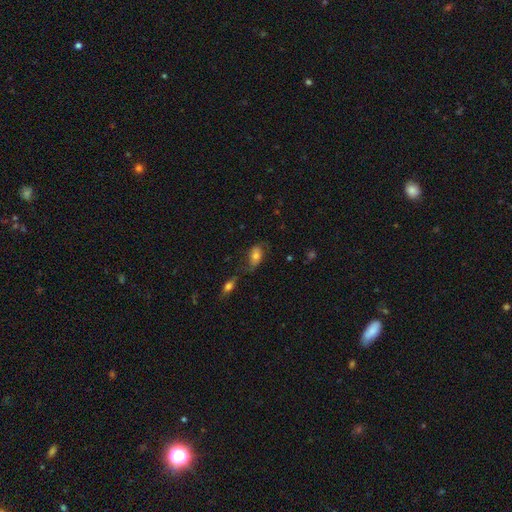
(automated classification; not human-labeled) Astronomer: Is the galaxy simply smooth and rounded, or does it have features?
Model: smooth — 64%.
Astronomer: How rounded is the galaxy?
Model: in between — 87%.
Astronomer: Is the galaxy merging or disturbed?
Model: none — 51%.